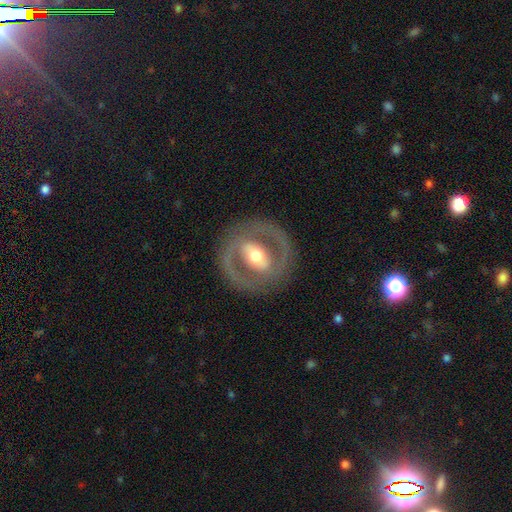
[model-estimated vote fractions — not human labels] smooth-or-featured: featured or disk: 77% | smooth: 18% | star or artifact: 5%
  disk-edge-on: no: 94% | yes: 6%
    bar: strong: 47% | weak: 31% | no: 21%
    has-spiral-arms: yes: 55% | no: 45%
    bulge-size: moderate: 67% | small: 16% | large: 15% | dominant: 1% | none: 1%
  merging: none: 83% | minor disturbance: 10% | major disturbance: 6% | merger: 1%